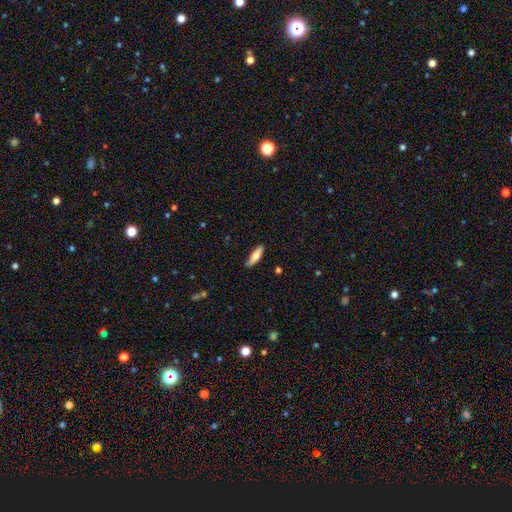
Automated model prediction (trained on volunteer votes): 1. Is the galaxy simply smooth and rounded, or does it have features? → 70% smooth, 24% featured or disk, 6% star or artifact.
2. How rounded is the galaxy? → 56% cigar-shaped, 42% in between, 2% round.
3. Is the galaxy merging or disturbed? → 82% none, 14% minor disturbance, 2% major disturbance, 1% merger.